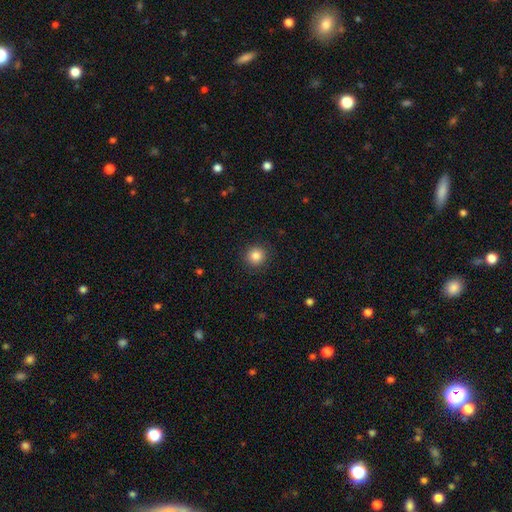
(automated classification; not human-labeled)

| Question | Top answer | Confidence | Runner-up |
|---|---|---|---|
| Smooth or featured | smooth | 85% | star or artifact (10%) |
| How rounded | round | 93% | in between (6%) |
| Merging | none | 91% | minor disturbance (6%) |